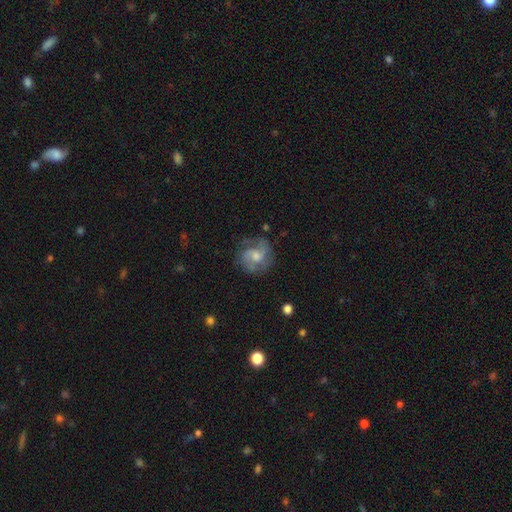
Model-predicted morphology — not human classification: A featured or disk galaxy (73%) with no bar (51%), 2 (71%) medium (52%) spiral arms (92%) and a moderate central bulge (49%). Merging: none (67%).